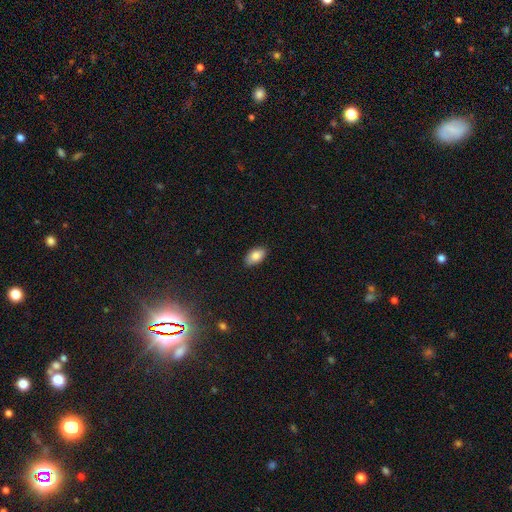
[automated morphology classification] Smooth or featured?
  - smooth: 85% *
  - featured or disk: 8%
  - star or artifact: 7%
How rounded?
  - in between: 94% *
  - round: 4%
  - cigar-shaped: 2%
Merging?
  - none: 86% *
  - minor disturbance: 11%
  - major disturbance: 2%
  - merger: 1%